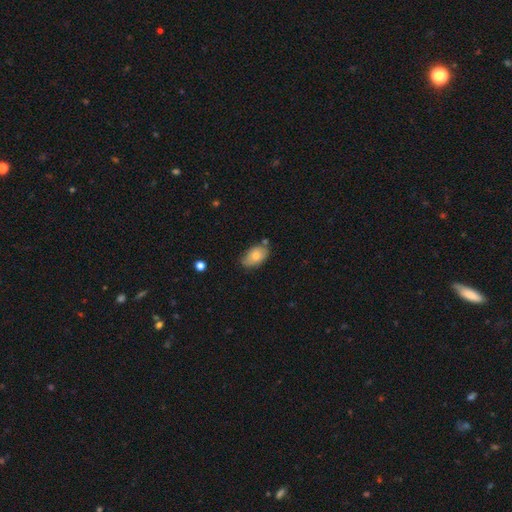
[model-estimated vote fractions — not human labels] Smooth or featured? Predicted: smooth (p=0.75). How rounded? Predicted: in between (p=0.91). Merging? Predicted: none (p=0.64).